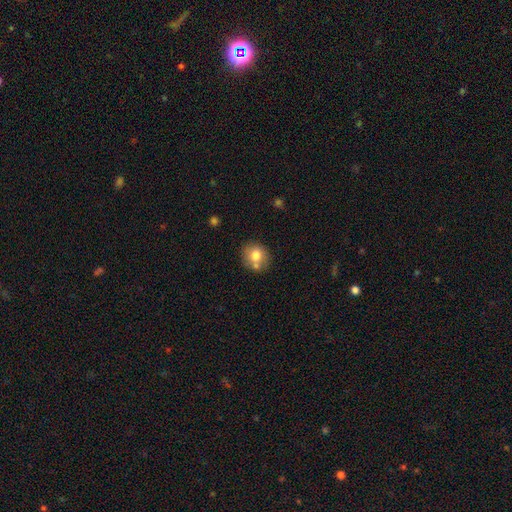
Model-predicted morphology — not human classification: smooth_or_featured: smooth (p=0.75) [alt: featured or disk p=0.15]
how_rounded: round (p=0.76) [alt: in between p=0.23]
merging: none (p=0.66) [alt: merger p=0.17]